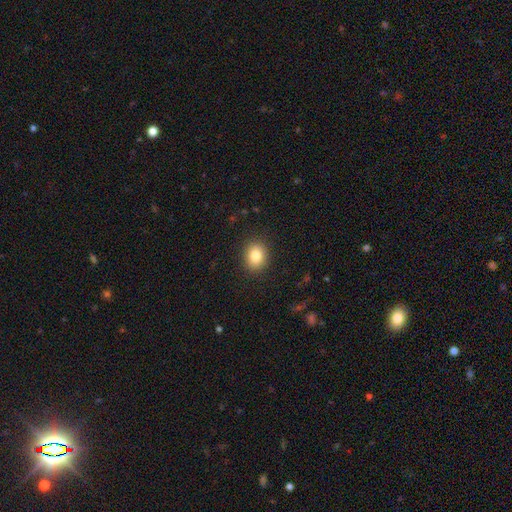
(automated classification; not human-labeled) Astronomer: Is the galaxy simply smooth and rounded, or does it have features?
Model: smooth — 83%.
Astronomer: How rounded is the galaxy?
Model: round — 63%.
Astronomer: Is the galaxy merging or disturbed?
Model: none — 89%.